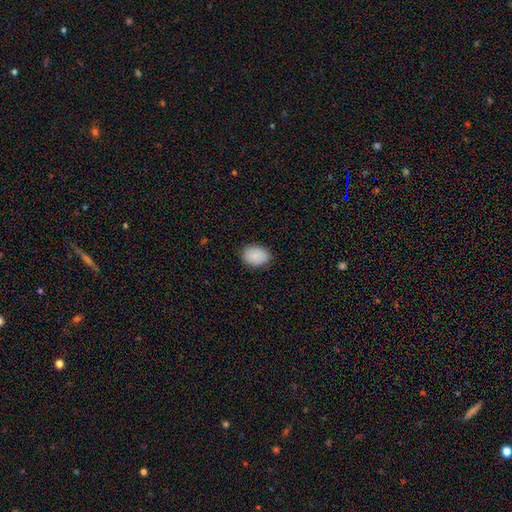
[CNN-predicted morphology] Smooth or featured: smooth — 89% (star or artifact — 7%)
How rounded: in between — 77% (round — 22%)
Merging: none — 83% (minor disturbance — 14%)